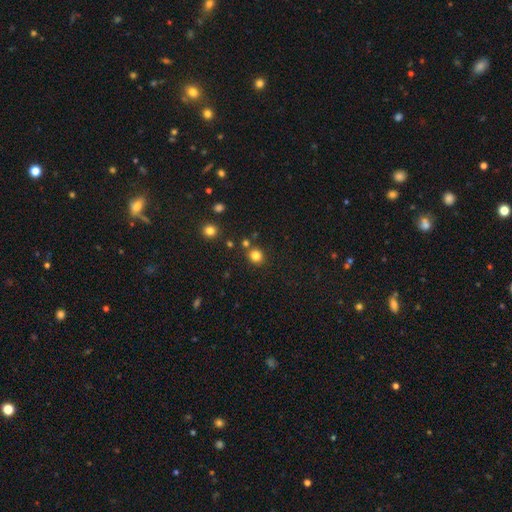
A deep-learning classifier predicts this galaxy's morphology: This appears to be a smooth galaxy with no disk features (82%) that is round (85%). Merging: none (83%).